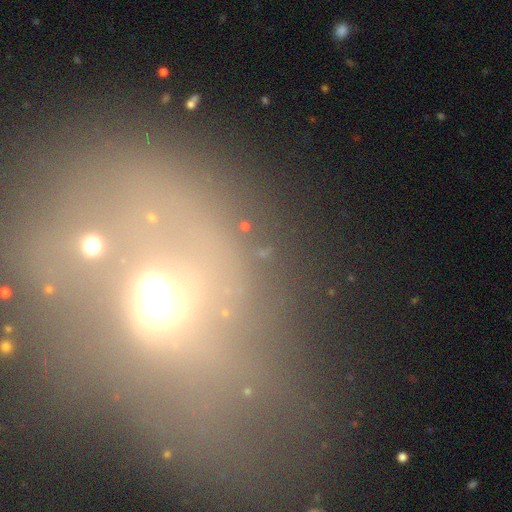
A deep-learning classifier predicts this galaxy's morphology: smooth-or-featured: star or artifact: 41% | smooth: 34% | featured or disk: 24%